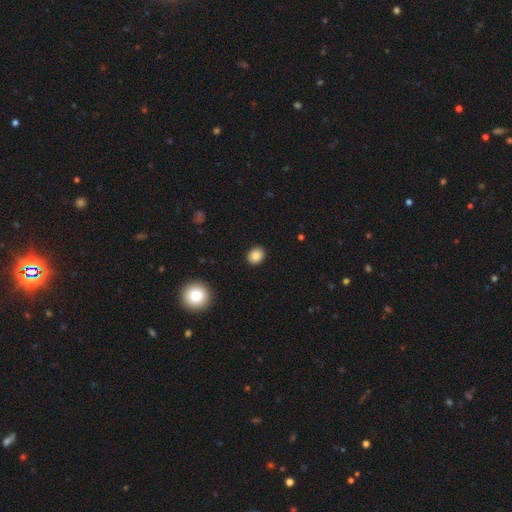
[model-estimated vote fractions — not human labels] smooth_or_featured: smooth (p=0.86) [alt: star or artifact p=0.10]
how_rounded: round (p=0.64) [alt: in between p=0.35]
merging: none (p=0.91) [alt: minor disturbance p=0.06]